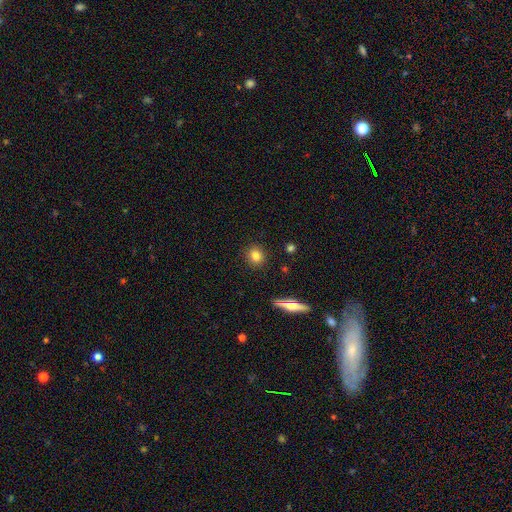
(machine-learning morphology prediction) A smooth galaxy with no disk features (80%) that is round (83%).

Vote fractions:
- Smooth or featured? smooth: 80% / star or artifact: 11% / featured or disk: 9%
- How rounded? round: 83% / in between: 15% / cigar-shaped: 2%
- Merging? none: 91% / minor disturbance: 6% / major disturbance: 2% / merger: 1%